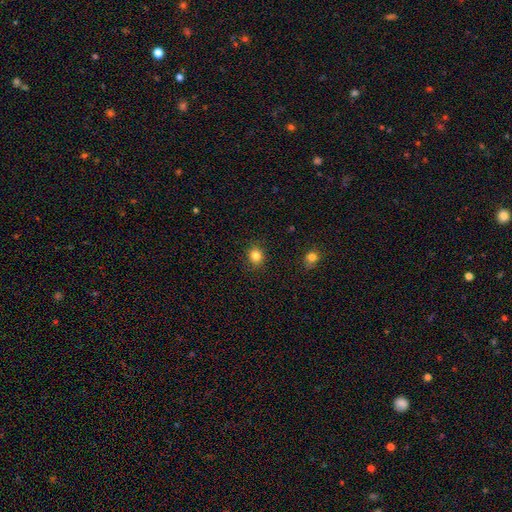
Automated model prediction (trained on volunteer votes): Smooth or featured?
  - smooth: 84% *
  - star or artifact: 12%
  - featured or disk: 4%
How rounded?
  - round: 72% *
  - in between: 27%
  - cigar-shaped: 1%
Merging?
  - none: 88% *
  - minor disturbance: 8%
  - major disturbance: 3%
  - merger: 1%